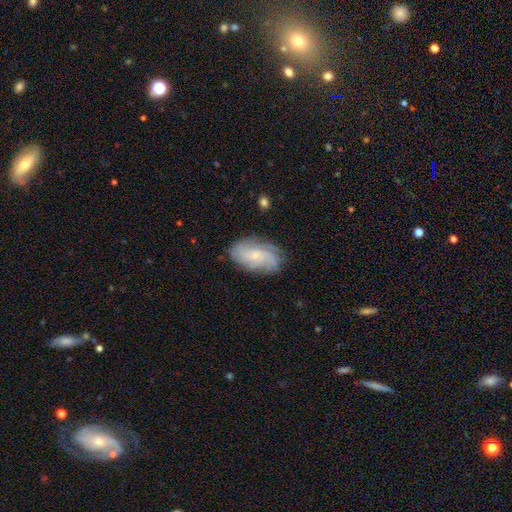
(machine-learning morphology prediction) Smooth or featured?
  - featured or disk: 69% *
  - smooth: 23%
  - star or artifact: 8%
Edge-on disk?
  - no: 96% *
  - yes: 4%
Bar?
  - no: 68% *
  - weak: 28%
  - strong: 4%
Spiral arms?
  - yes: 92% *
  - no: 8%
Spiral winding?
  - tight: 45% *
  - medium: 38%
  - loose: 17%
Spiral arm count?
  - can't tell: 39% *
  - 4: 19%
  - 3: 17%
  - 2: 12%
  - more than 4: 7%
  - 1: 6%
Bulge size?
  - small: 68% *
  - moderate: 23%
  - none: 6%
  - large: 2%
  - dominant: 1%
Merging?
  - none: 76% *
  - minor disturbance: 17%
  - major disturbance: 5%
  - merger: 1%